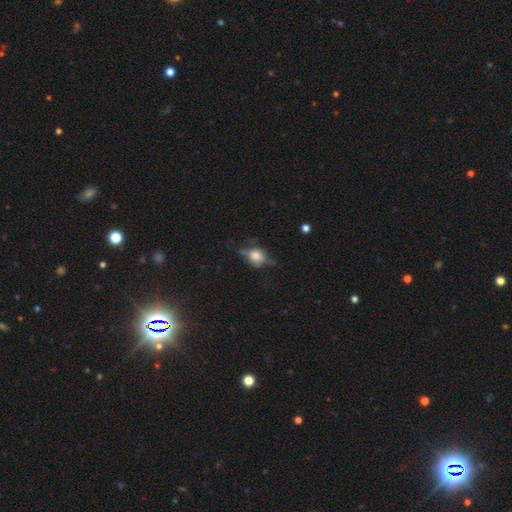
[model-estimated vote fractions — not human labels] Smooth or featured?
  - featured or disk: 54% *
  - smooth: 34%
  - star or artifact: 12%
Edge-on disk?
  - yes: 87% *
  - no: 13%
Merging?
  - none: 63% *
  - minor disturbance: 24%
  - major disturbance: 11%
  - merger: 2%